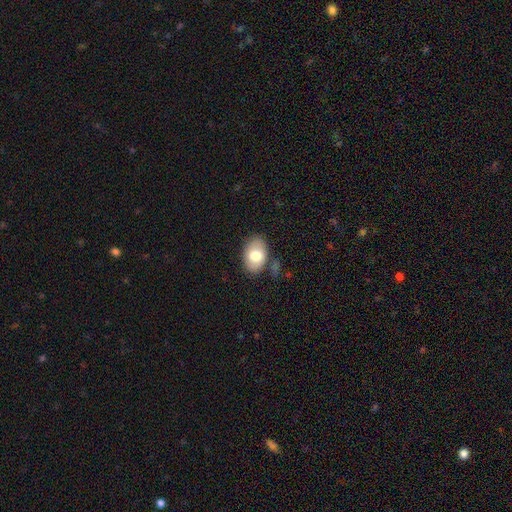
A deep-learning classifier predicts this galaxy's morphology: A smooth galaxy with no disk features (74%) that is in between round and cigar-shaped (85%).

Vote fractions:
- Smooth or featured? smooth: 74% / featured or disk: 19% / star or artifact: 7%
- How rounded? in between: 85% / round: 14% / cigar-shaped: 1%
- Merging? none: 77% / minor disturbance: 14% / merger: 5% / major disturbance: 4%